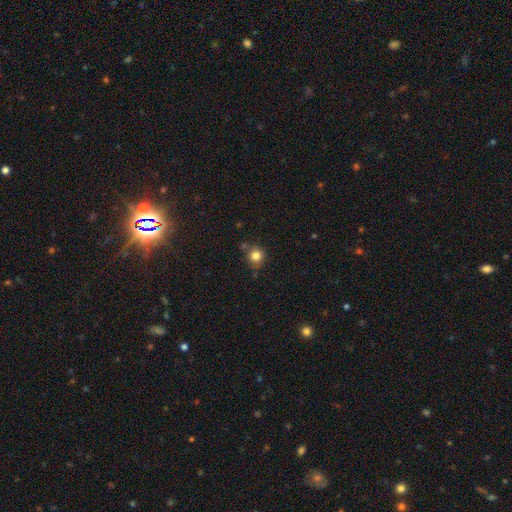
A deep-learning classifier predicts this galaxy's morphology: smooth-or-featured: smooth: 82% | star or artifact: 12% | featured or disk: 6%
  how-rounded: round: 90% | in between: 9% | cigar-shaped: 1%
  merging: none: 71% | minor disturbance: 17% | merger: 8% | major disturbance: 4%